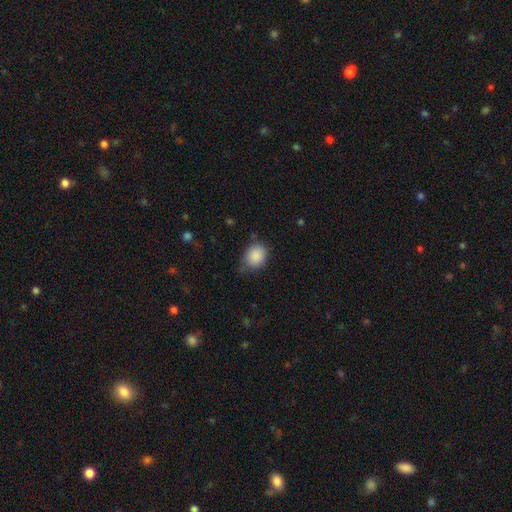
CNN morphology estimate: type=smooth (88%); roundness=in between (50%); merging=none (61%).